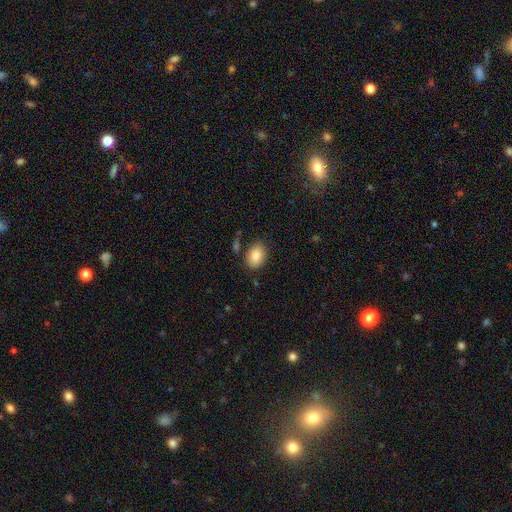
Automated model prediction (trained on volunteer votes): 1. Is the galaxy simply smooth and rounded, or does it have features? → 86% smooth, 7% star or artifact, 6% featured or disk.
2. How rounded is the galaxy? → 79% in between, 20% round, 1% cigar-shaped.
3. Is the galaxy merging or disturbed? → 81% none, 12% minor disturbance, 4% merger, 3% major disturbance.